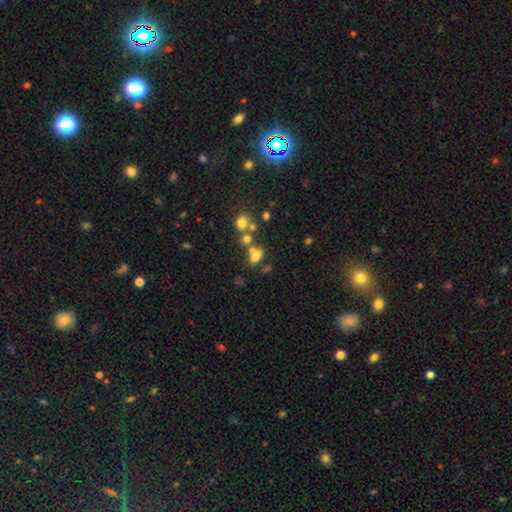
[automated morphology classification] A smooth galaxy with no disk features (64%) that is in between round and cigar-shaped (73%).

Vote fractions:
- Smooth or featured? smooth: 64% / star or artifact: 19% / featured or disk: 17%
- How rounded? in between: 73% / round: 23% / cigar-shaped: 5%
- Merging? none: 42% / merger: 38% / minor disturbance: 13% / major disturbance: 8%